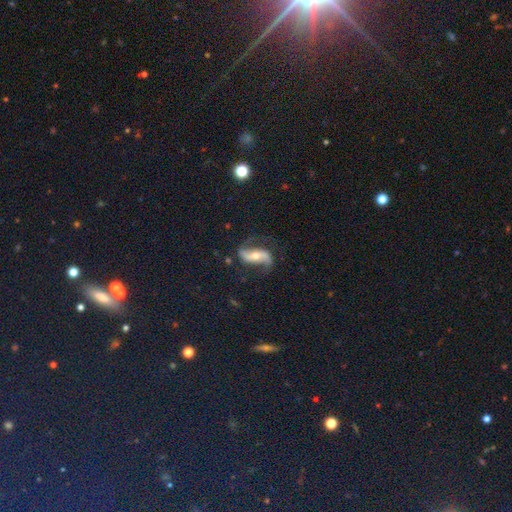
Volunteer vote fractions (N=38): This is clearly a featured or disk galaxy (100%). It is clearly not viewed edge-on (89%). Bar: marginally strong (35%). Spiral arm pattern: clearly yes (91%). Spiral arm count: clearly 2 (100%). Spiral winding: likely loose (71%). Central bulge: possibly moderate (59%). Merging: likely none (63%).